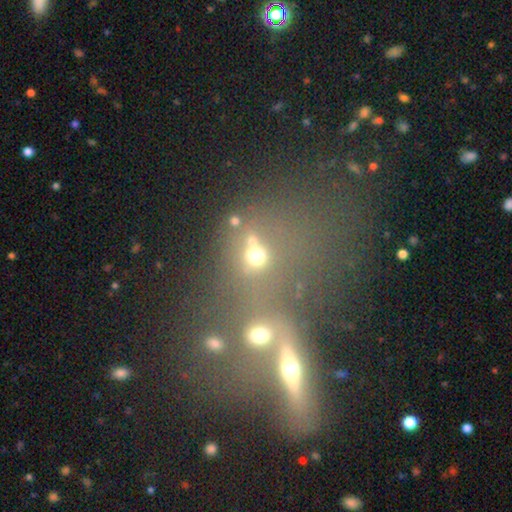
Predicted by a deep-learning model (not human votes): This appears to be a smooth galaxy with no disk features (48%). Merging: merger (53%).